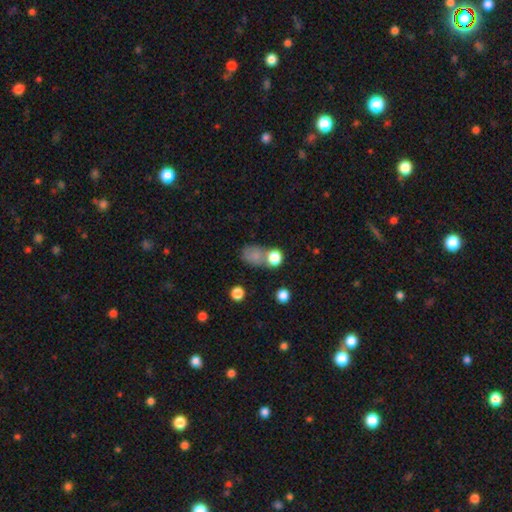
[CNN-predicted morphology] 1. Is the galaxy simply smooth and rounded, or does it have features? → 74% smooth, 15% star or artifact, 11% featured or disk.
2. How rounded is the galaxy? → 59% in between, 39% round, 2% cigar-shaped.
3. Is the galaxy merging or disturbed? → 42% none, 28% merger, 18% minor disturbance, 12% major disturbance.